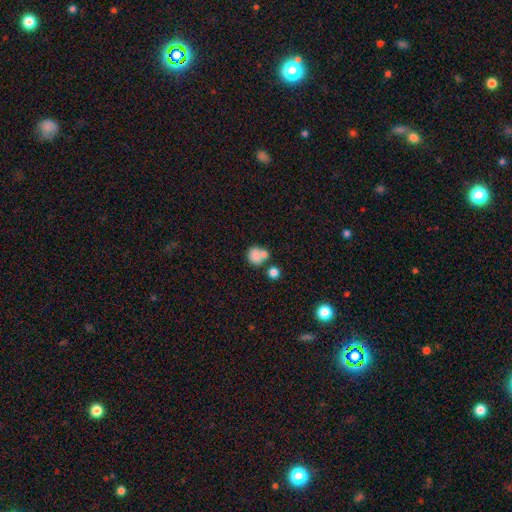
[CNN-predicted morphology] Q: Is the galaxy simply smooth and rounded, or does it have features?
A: smooth — 78%.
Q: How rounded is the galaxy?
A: round — 75%.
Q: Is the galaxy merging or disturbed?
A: merger — 43%.